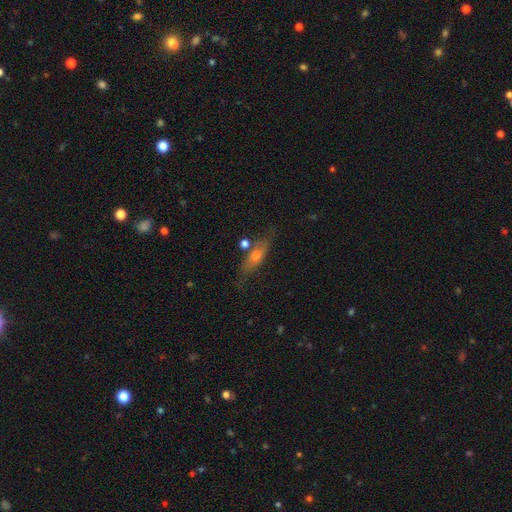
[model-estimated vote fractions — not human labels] The model was most divided on "smooth or featured": smooth: 46%, featured or disk: 45%, star or artifact: 9%. More confident: merging — none (69%).